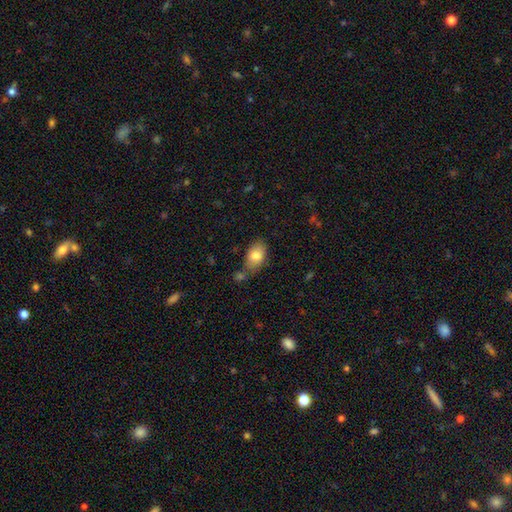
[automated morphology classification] Smooth or featured? smooth (80%)
How rounded? in between (91%)
Merging? none (68%)